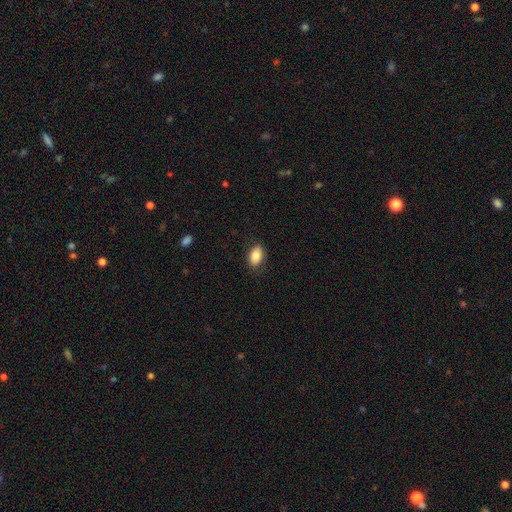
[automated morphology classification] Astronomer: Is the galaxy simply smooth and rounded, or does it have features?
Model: smooth — 84%.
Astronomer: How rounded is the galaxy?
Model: in between — 90%.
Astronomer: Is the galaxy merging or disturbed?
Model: none — 85%.